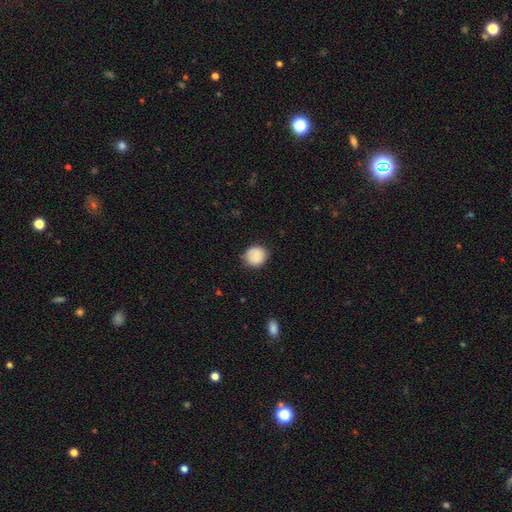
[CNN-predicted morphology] A smooth galaxy with no disk features (84%) that is round (86%). Merging: none (83%).